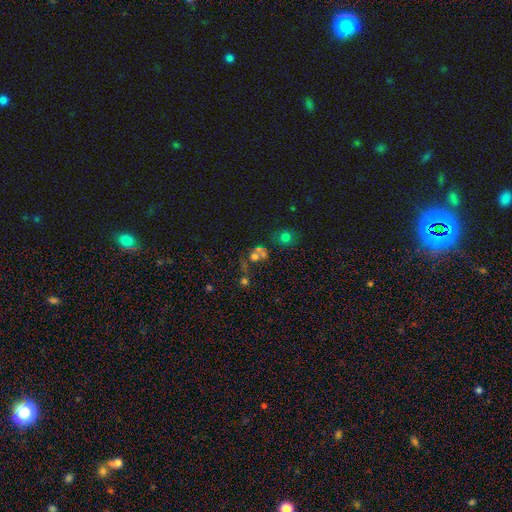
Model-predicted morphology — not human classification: A smooth galaxy with no disk features (45%).

Vote fractions:
- Smooth or featured? smooth: 45% / star or artifact: 35% / featured or disk: 20%
- Merging? merger: 43% / none: 38% / major disturbance: 10% / minor disturbance: 9%